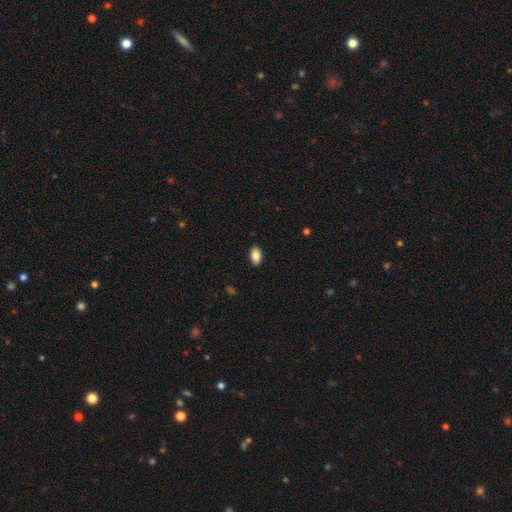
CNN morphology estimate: type=smooth (86%); roundness=in between (92%); merging=none (89%).